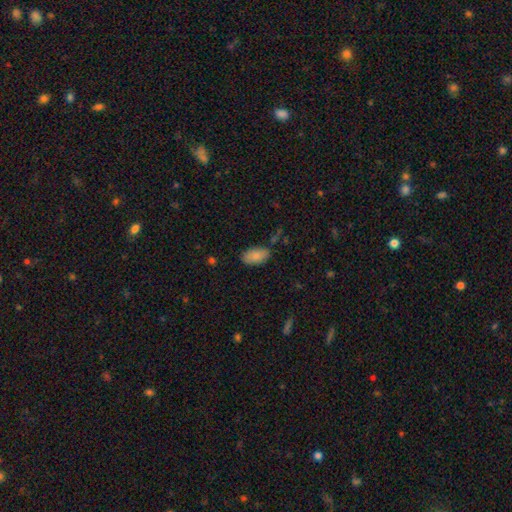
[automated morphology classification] Smooth or featured? smooth (87%)
How rounded? in between (94%)
Merging? none (79%)